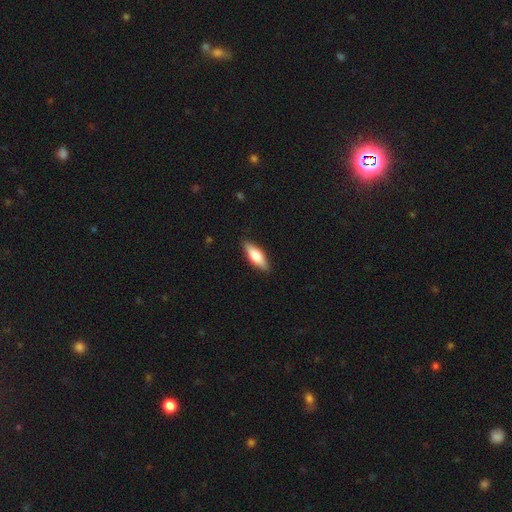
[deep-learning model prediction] smooth-or-featured: smooth: 66% | featured or disk: 29% | star or artifact: 6%
  how-rounded: in between: 58% | cigar-shaped: 40% | round: 2%
  merging: none: 88% | minor disturbance: 9% | major disturbance: 2% | merger: 1%